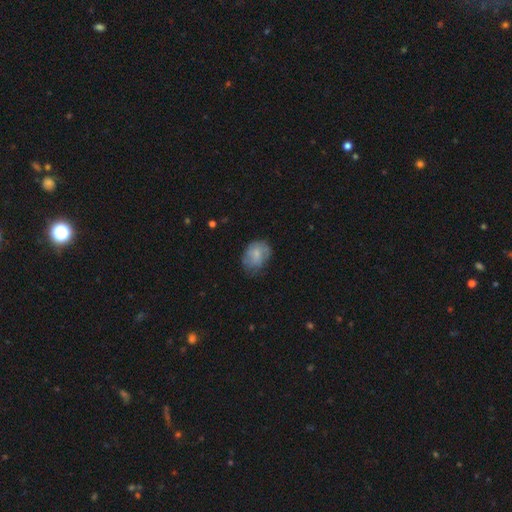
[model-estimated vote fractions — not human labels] Smooth or featured: smooth — 70% (featured or disk — 22%)
How rounded: in between — 62% (round — 37%)
Merging: none — 60% (minor disturbance — 29%)